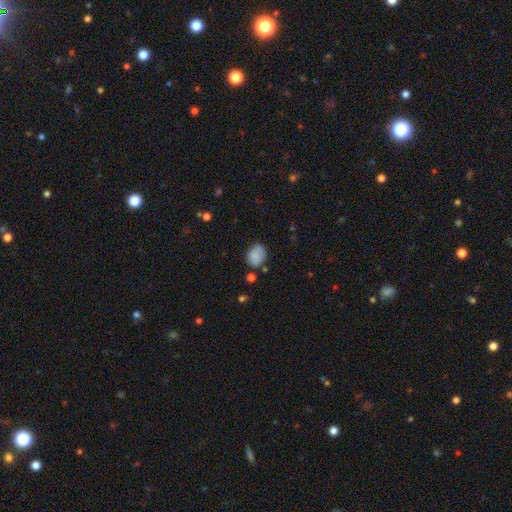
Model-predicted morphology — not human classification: smooth 82%, featured or disk 10%, star or artifact 9%. Down the decision tree: how rounded — in between (59%); merging — none (68%).